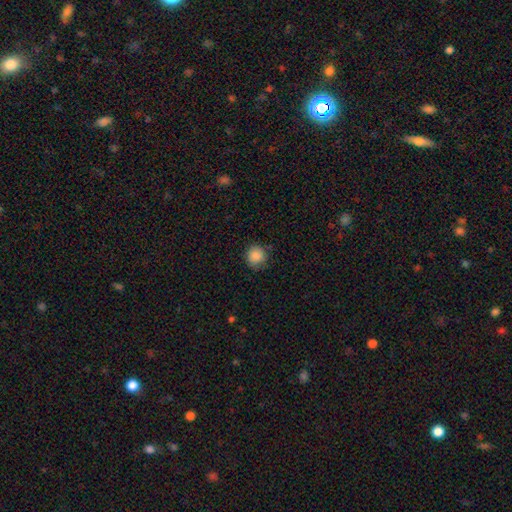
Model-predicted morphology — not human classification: smooth-or-featured: smooth: 87% | star or artifact: 9% | featured or disk: 4%
  how-rounded: round: 90% | in between: 9% | cigar-shaped: 1%
  merging: none: 80% | minor disturbance: 15% | major disturbance: 3% | merger: 1%